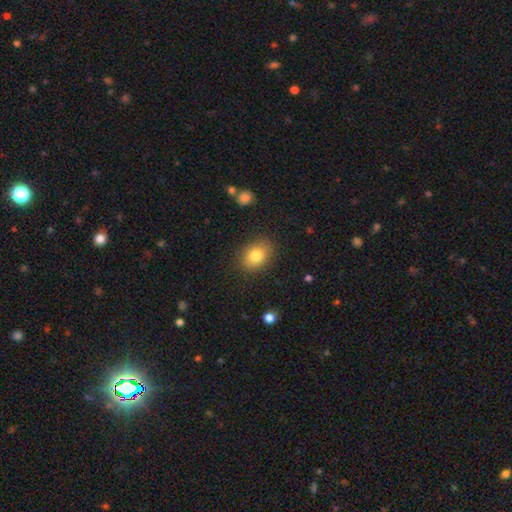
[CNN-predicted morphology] Smooth or featured?
  - smooth: 81% *
  - star or artifact: 10%
  - featured or disk: 9%
How rounded?
  - in between: 65% *
  - round: 33%
  - cigar-shaped: 1%
Merging?
  - none: 85% *
  - minor disturbance: 11%
  - major disturbance: 3%
  - merger: 1%